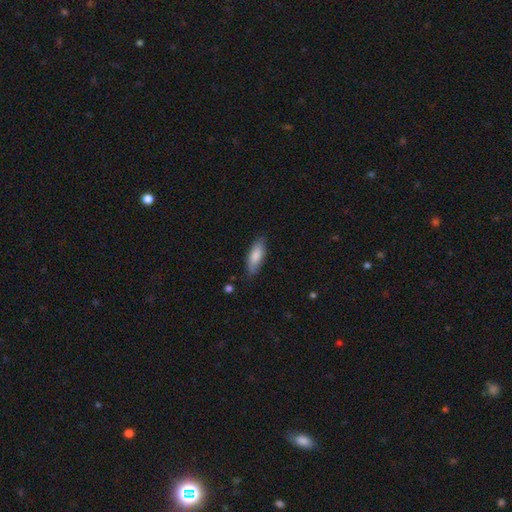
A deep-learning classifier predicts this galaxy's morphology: A smooth galaxy with no disk features (82%) that is in between round and cigar-shaped (67%). Merging: none (80%).